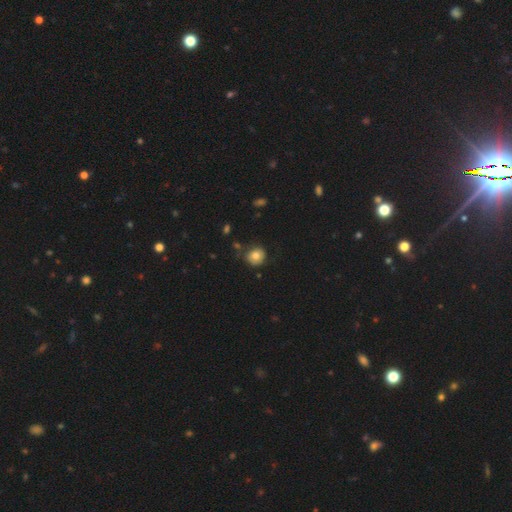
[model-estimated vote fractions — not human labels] This appears to be a smooth galaxy with no disk features (78%) that is round (83%). Merging: none (75%).